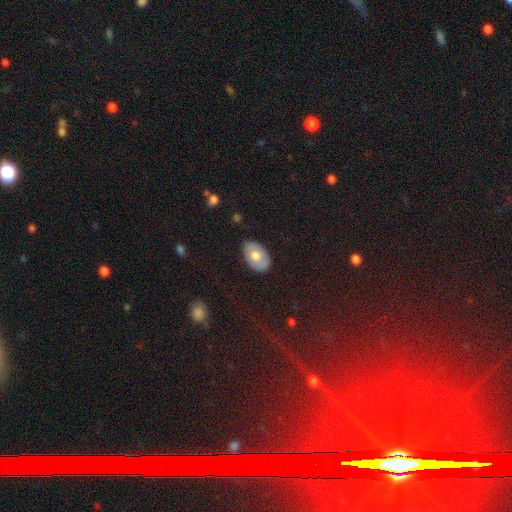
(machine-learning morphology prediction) smooth-or-featured: smooth: 65% | featured or disk: 28% | star or artifact: 7%
  how-rounded: in between: 90% | round: 9% | cigar-shaped: 1%
  merging: none: 82% | minor disturbance: 14% | major disturbance: 3% | merger: 1%